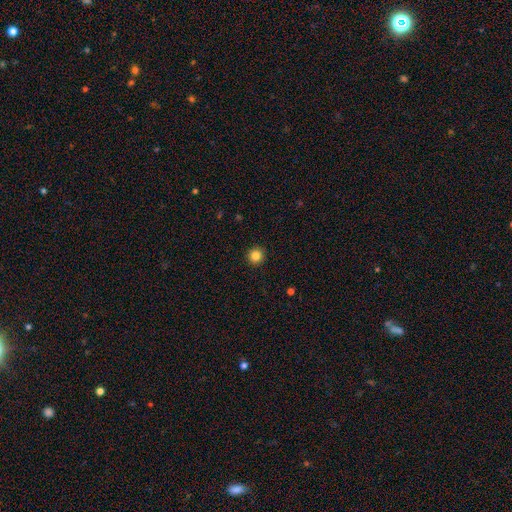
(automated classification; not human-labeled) Smooth or featured?
  - smooth: 85% *
  - star or artifact: 11%
  - featured or disk: 4%
How rounded?
  - round: 96% *
  - in between: 3%
  - cigar-shaped: 1%
Merging?
  - none: 94% *
  - minor disturbance: 4%
  - major disturbance: 2%
  - merger: 1%